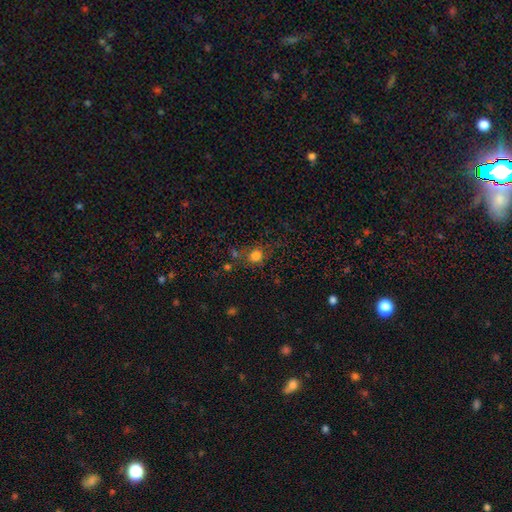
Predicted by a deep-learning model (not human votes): Smooth or featured? Predicted: smooth (p=0.77). How rounded? Predicted: round (p=0.83). Merging? Predicted: none (p=0.70).